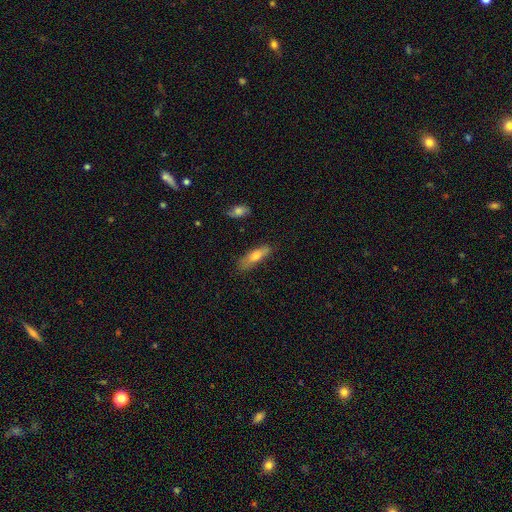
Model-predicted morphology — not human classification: The model was most divided on "how rounded": cigar-shaped: 57%, in between: 41%, round: 2%. More confident: merging — none (72%); smooth or featured — smooth (70%).